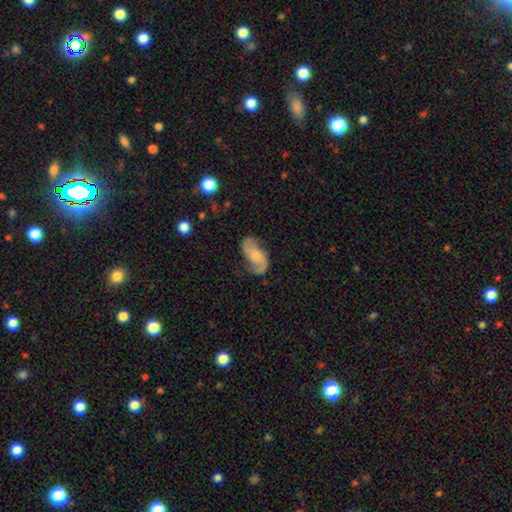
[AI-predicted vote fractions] Smooth or featured? featured or disk (66%)
Edge-on disk? no (96%)
Bar? no (60%)
Spiral arms? yes (92%)
Spiral winding? loose (56%)
Spiral arm count? 2 (87%)
Bulge size? moderate (39%)
Merging? none (65%)